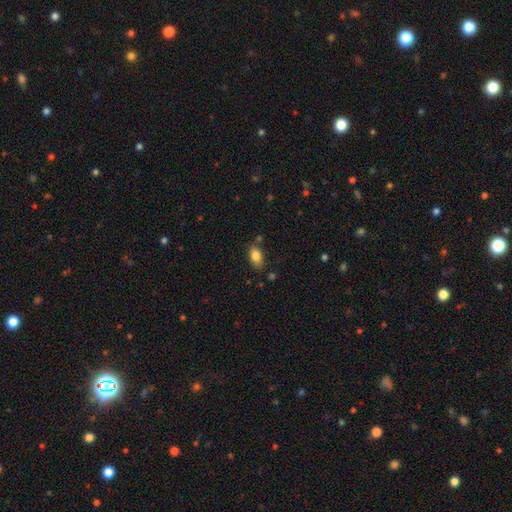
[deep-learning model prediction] Morphology: type=smooth (83%); roundness=in between (88%); merging=none (76%).